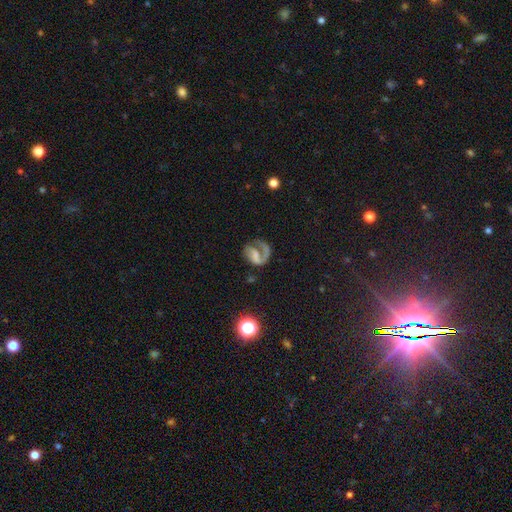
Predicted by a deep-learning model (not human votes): The model was most divided on "merging": none: 44%, major disturbance: 35%, minor disturbance: 16%, merger: 4%. Remaining: edge-on disk — no (98%); spiral arms — yes (89%); spiral arm count — 1 (74%); smooth or featured — featured or disk (73%); bar — no (46%); bulge size — none (45%); spiral winding — medium (41%).